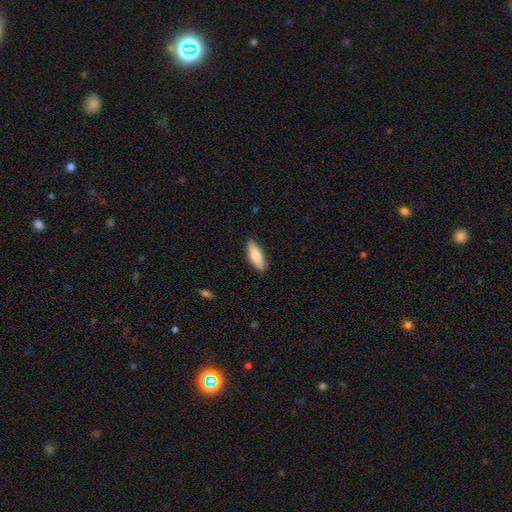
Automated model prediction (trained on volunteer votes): This appears to be a smooth galaxy with no disk features (82%) that is in between round and cigar-shaped (59%). Merging: none (87%).